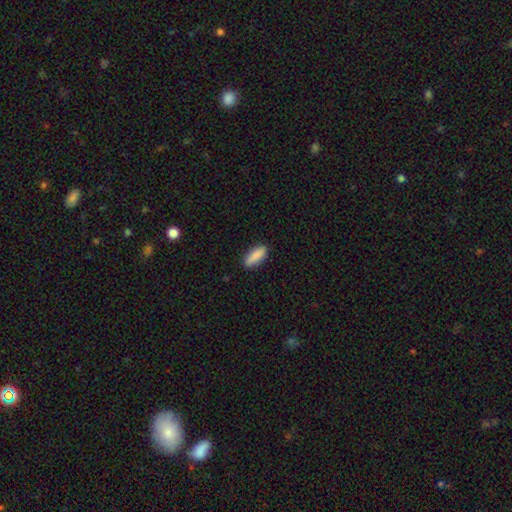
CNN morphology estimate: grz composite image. It shows a smooth galaxy with no disk features (87%) that is in between round and cigar-shaped (63%). Merging: none (85%).